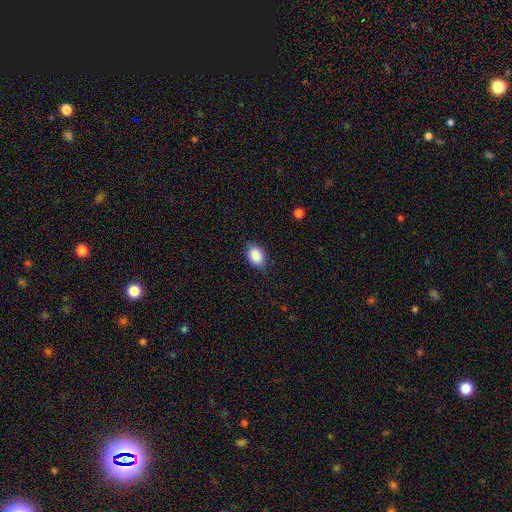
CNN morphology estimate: The model was most divided on "how rounded": in between: 77%, round: 22%, cigar-shaped: 1%. More confident: smooth or featured — smooth (89%); merging — none (84%).